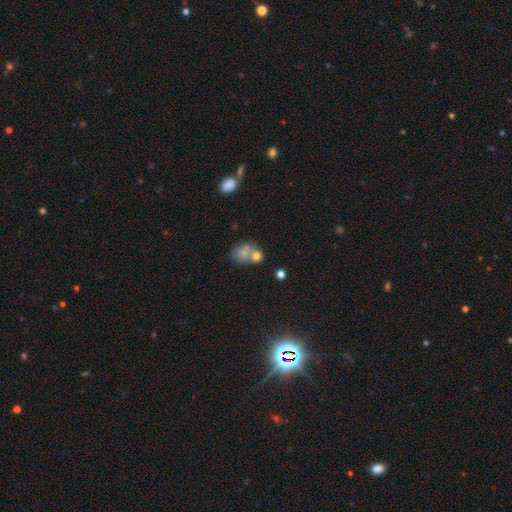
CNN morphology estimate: smooth 73%, featured or disk 15%, star or artifact 12%. Down the decision tree: how rounded — round (62%); merging — merger (50%).